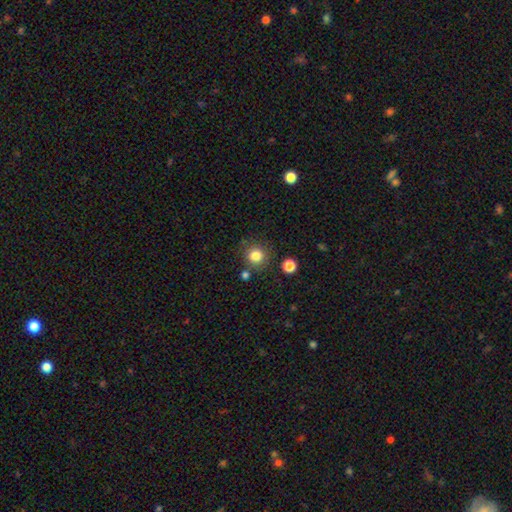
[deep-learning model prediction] smooth_or_featured: smooth (p=0.83) [alt: star or artifact p=0.11]
how_rounded: round (p=0.92) [alt: in between p=0.07]
merging: none (p=0.81) [alt: minor disturbance p=0.10]